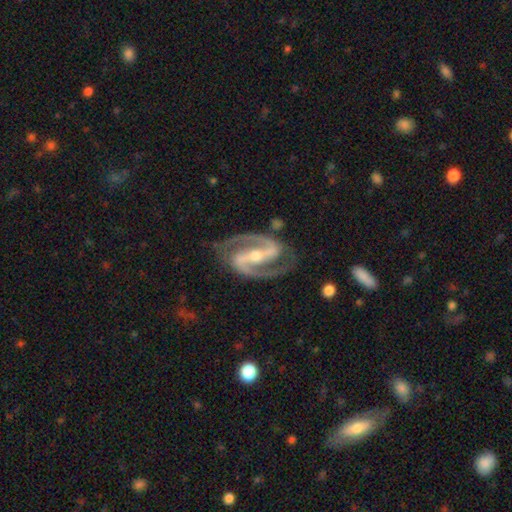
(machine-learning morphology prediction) Smooth or featured: featured or disk — 94% (star or artifact — 4%)
Edge-on disk: no — 98% (yes — 2%)
Bar: strong — 72% (weak — 19%)
Spiral arms: yes — 99% (no — 1%)
Spiral winding: medium — 61% (tight — 28%)
Spiral arm count: 2 — 95% (can't tell — 1%)
Bulge size: small — 50% (moderate — 45%)
Merging: none — 83% (minor disturbance — 12%)